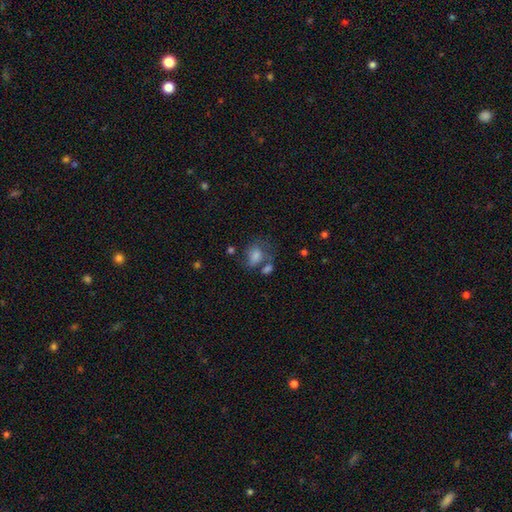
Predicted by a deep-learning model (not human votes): Overall: smooth (65%). How rounded: in between (68%; round 30%). Merging: none (36%; merger 25%).